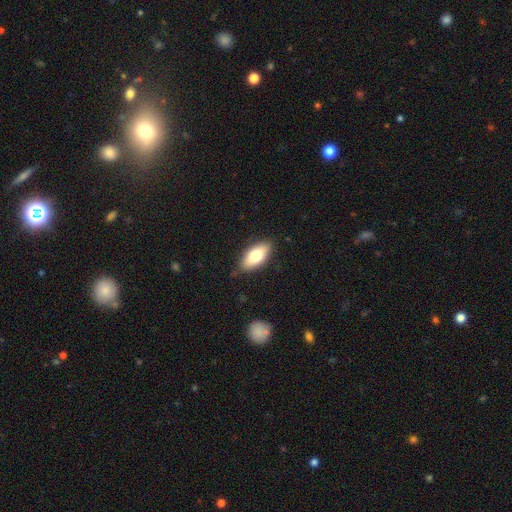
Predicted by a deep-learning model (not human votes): A smooth galaxy with no disk features (74%) that is in between round and cigar-shaped (88%). Merging: none (85%).